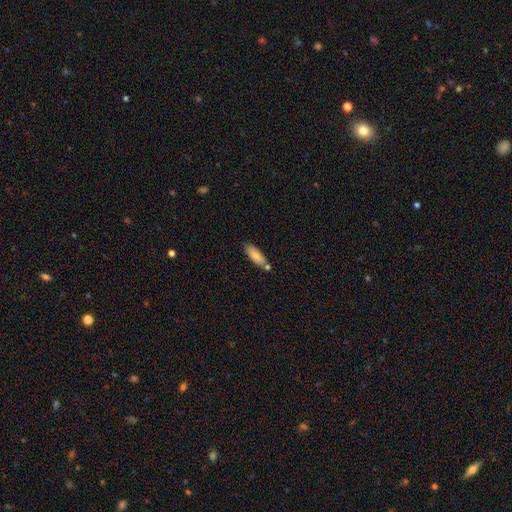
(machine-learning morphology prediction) The model was most divided on "how rounded": in between: 68%, cigar-shaped: 30%, round: 2%. More confident: smooth or featured — smooth (82%); merging — none (67%).